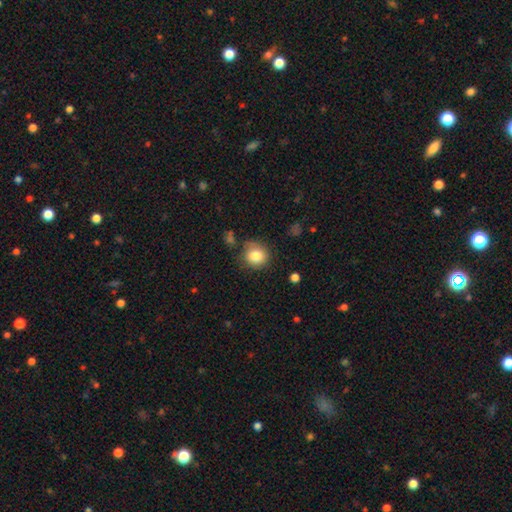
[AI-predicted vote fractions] Overall: smooth (83%). How rounded: round (85%). Merging: none (74%).